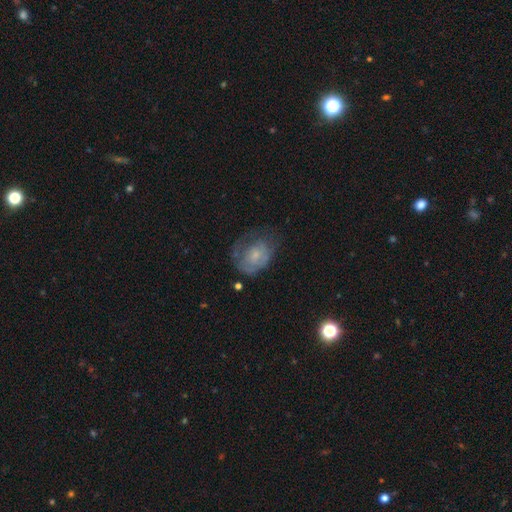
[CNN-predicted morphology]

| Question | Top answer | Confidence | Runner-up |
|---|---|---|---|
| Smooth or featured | featured or disk | 48% | smooth (43%) |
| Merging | none | 42% | minor disturbance (28%) |